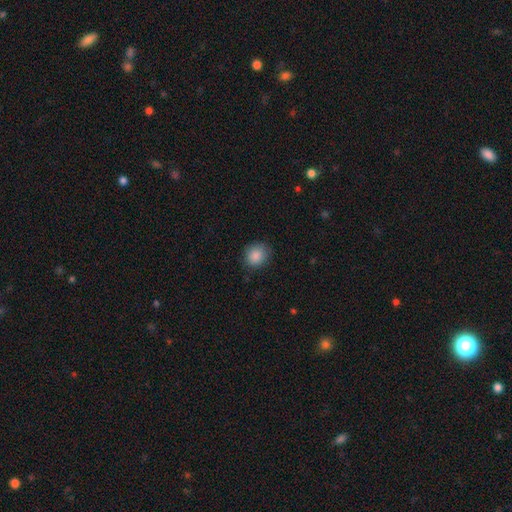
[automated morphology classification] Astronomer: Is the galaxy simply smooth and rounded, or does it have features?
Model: smooth — 87%.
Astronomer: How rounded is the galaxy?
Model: round — 76%.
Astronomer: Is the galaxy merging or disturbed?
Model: none — 82%.